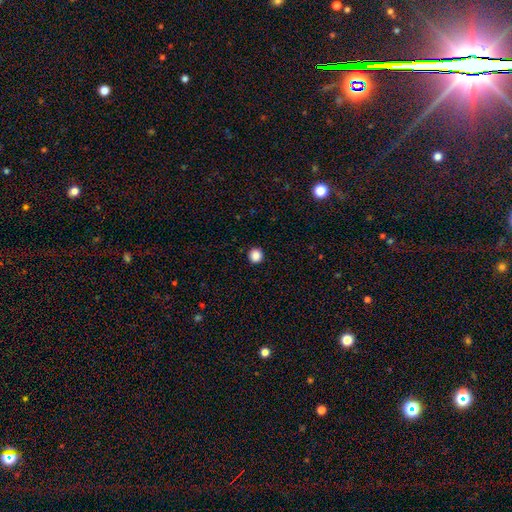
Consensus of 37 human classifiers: Overall: smooth (92%). How rounded: round (97%). Merging: none (94%).